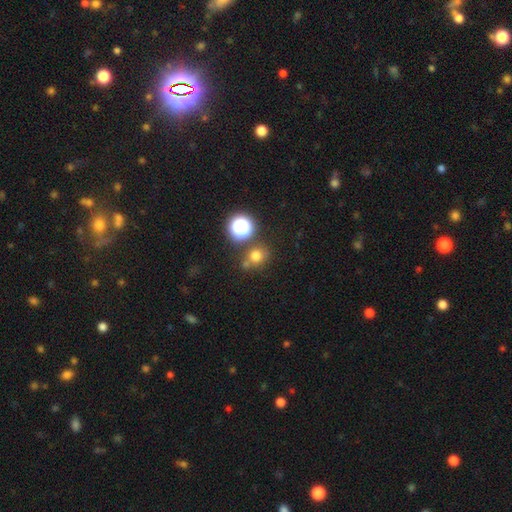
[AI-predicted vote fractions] Overall: smooth (70%). How rounded: round (77%). Merging: none (67%).